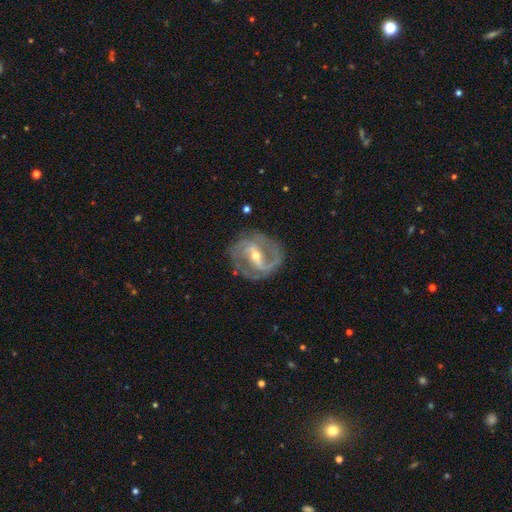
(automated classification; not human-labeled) Smooth or featured? featured or disk (87%)
Edge-on disk? no (96%)
Bar? strong (50%)
Spiral arms? yes (92%)
Spiral winding? medium (49%)
Spiral arm count? 2 (75%)
Bulge size? small (49%)
Merging? none (74%)